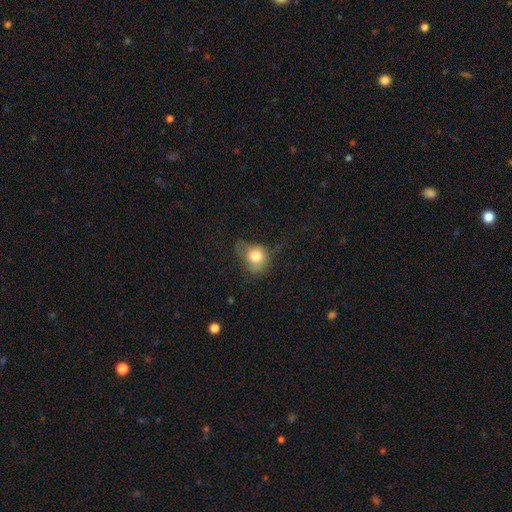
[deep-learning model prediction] This appears to be a smooth galaxy with no disk features (76%) that is round (62%). Merging: none (42%).